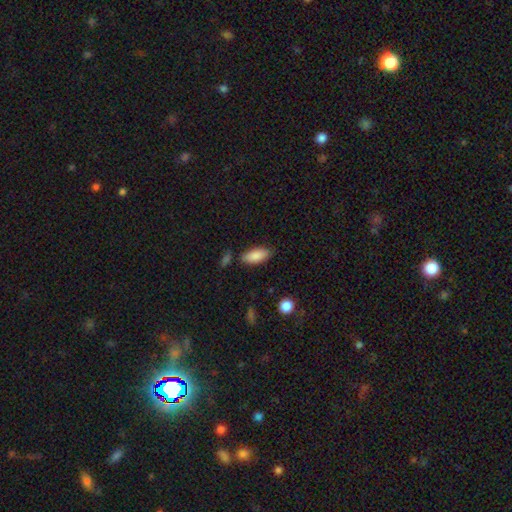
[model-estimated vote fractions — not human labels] Smooth or featured?
  - smooth: 87% *
  - featured or disk: 7%
  - star or artifact: 6%
How rounded?
  - in between: 86% *
  - cigar-shaped: 12%
  - round: 2%
Merging?
  - none: 78% *
  - minor disturbance: 15%
  - merger: 4%
  - major disturbance: 3%